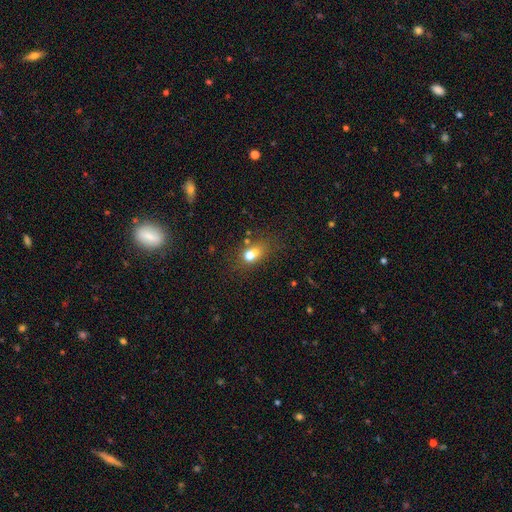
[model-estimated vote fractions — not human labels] Smooth or featured? smooth (70%)
How rounded? in between (59%)
Merging? none (46%)